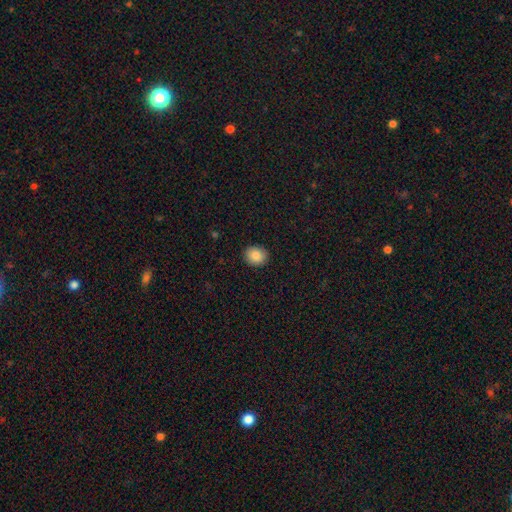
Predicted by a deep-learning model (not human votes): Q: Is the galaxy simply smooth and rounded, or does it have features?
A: smooth — 88%.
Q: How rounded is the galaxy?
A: round — 66%.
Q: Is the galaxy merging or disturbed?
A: none — 91%.